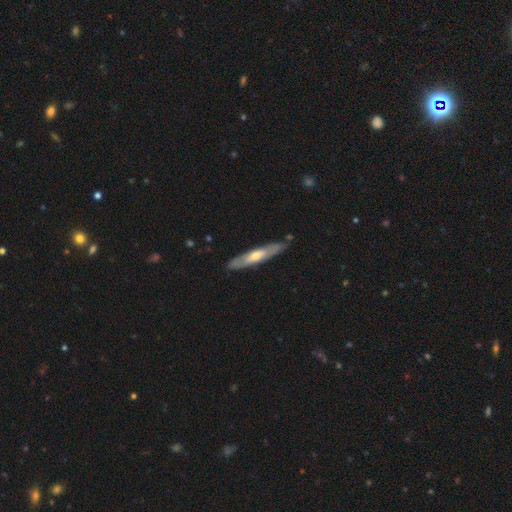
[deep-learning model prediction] Smooth or featured: featured or disk — 58% (smooth — 37%)
Edge-on disk: yes — 68% (no — 32%)
Merging: none — 84% (minor disturbance — 12%)